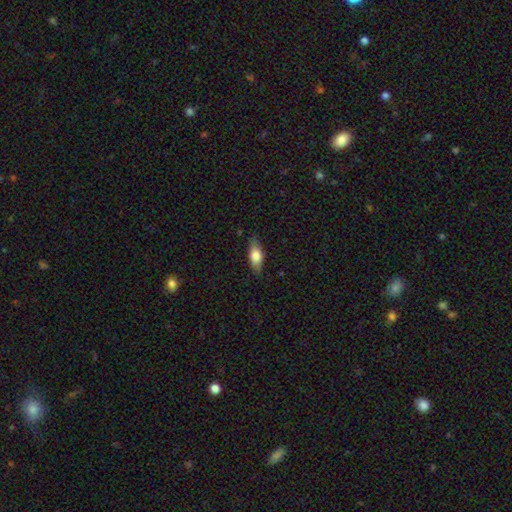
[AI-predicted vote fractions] This appears to be a smooth galaxy with no disk features (72%) that is in between round and cigar-shaped (77%). Merging: none (81%).